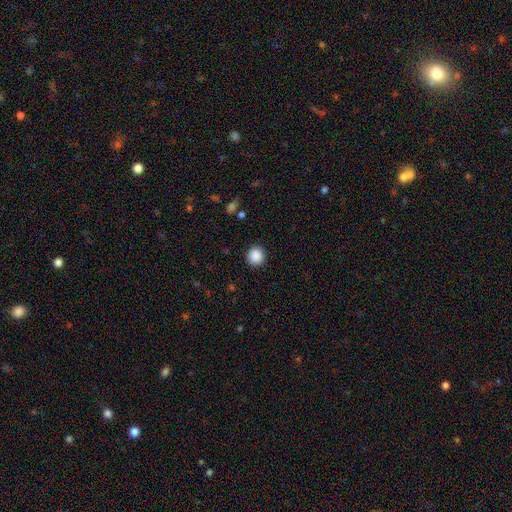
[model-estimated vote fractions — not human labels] Smooth or featured? Predicted: smooth (p=0.89). How rounded? Predicted: round (p=0.92). Merging? Predicted: none (p=0.91).